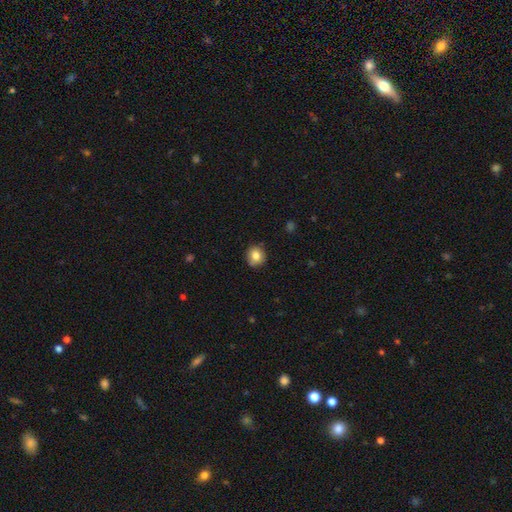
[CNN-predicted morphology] smooth-or-featured: smooth: 81% | star or artifact: 10% | featured or disk: 9%
  how-rounded: round: 87% | in between: 12% | cigar-shaped: 1%
  merging: none: 83% | minor disturbance: 13% | major disturbance: 2% | merger: 2%